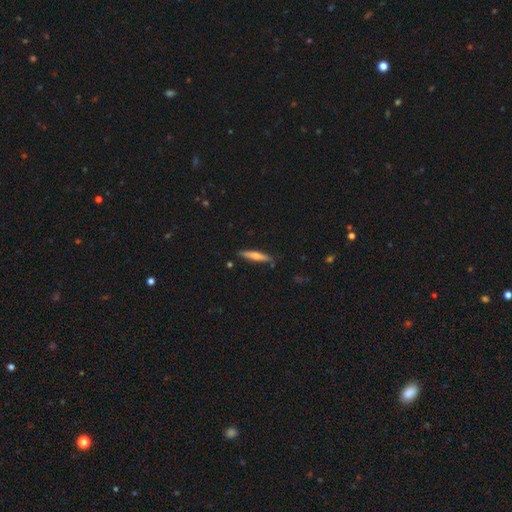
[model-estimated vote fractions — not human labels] This appears to be a smooth galaxy with no disk features (50%) that is cigar-shaped (89%). Merging: none (86%).